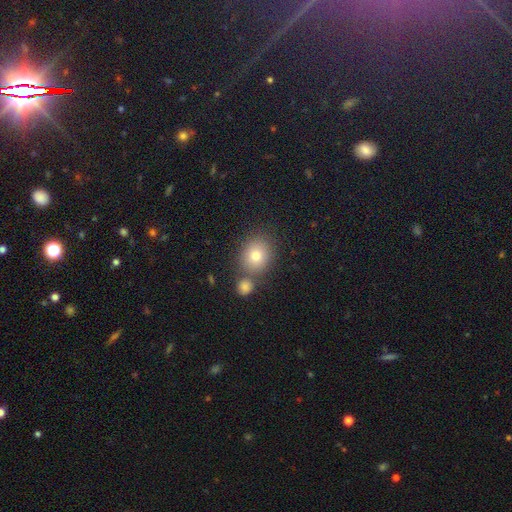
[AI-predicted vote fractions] smooth_or_featured: smooth (p=0.77) [alt: star or artifact p=0.12]
how_rounded: round (p=0.72) [alt: in between p=0.27]
merging: none (p=0.66) [alt: merger p=0.21]